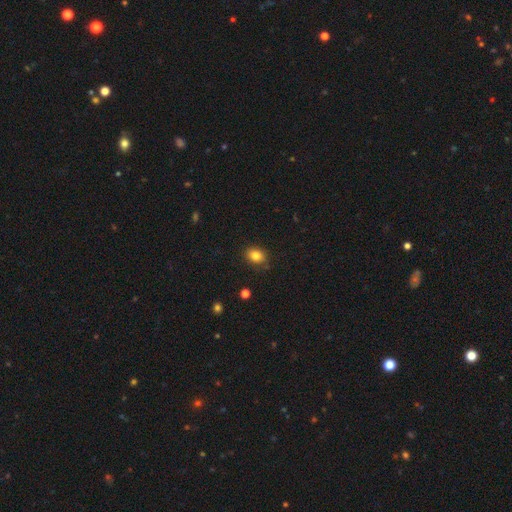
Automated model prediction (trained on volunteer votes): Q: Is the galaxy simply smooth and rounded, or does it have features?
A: smooth — 83%.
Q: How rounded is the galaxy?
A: in between — 59%.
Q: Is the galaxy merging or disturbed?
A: none — 83%.